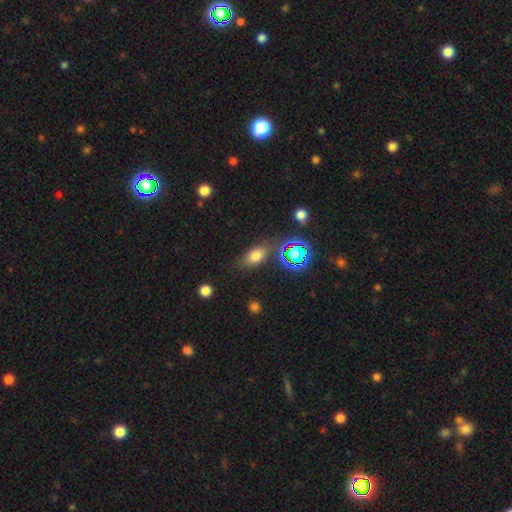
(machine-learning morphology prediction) smooth 68%, star or artifact 21%, featured or disk 12%. Down the decision tree: how rounded — in between (82%); merging — none (75%).